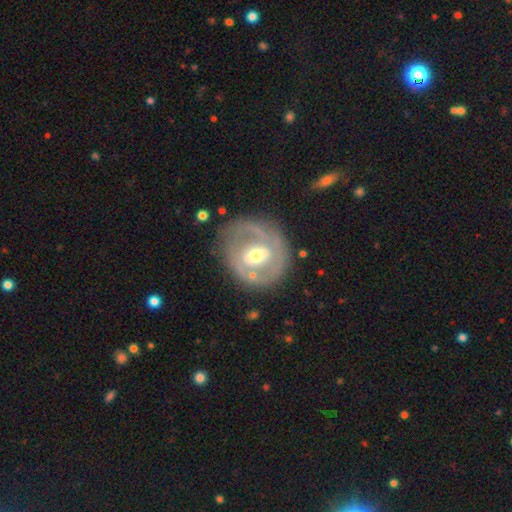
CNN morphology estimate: type=featured or disk (76%); edge-on=no (96%); bar=weak (45%); spiral arms=yes (69%); winding=tight (55%); arm count=2 (54%); bulge=moderate (68%); merging=none (71%).